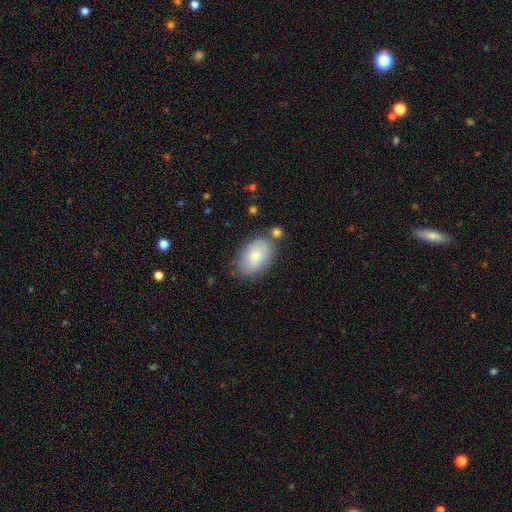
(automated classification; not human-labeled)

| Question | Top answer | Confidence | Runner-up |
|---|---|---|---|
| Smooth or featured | smooth | 78% | featured or disk (15%) |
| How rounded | in between | 91% | round (8%) |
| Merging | none | 71% | minor disturbance (17%) |